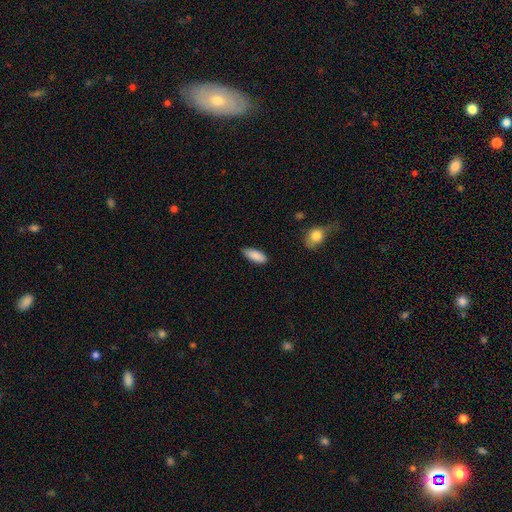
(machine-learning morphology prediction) The model was most divided on "how rounded": in between: 77%, cigar-shaped: 21%, round: 2%. More confident: smooth or featured — smooth (88%); merging — none (80%).